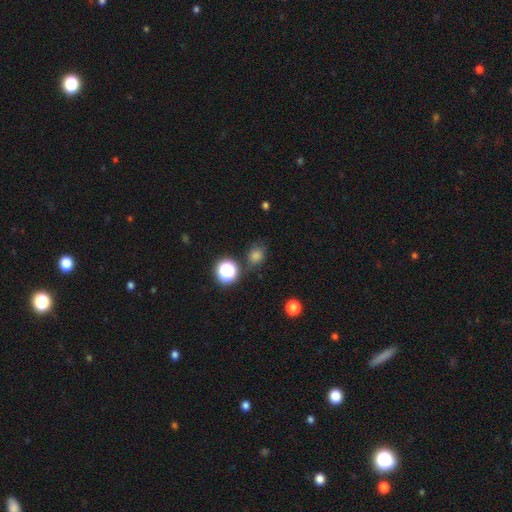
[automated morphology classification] type=smooth (64%); roundness=round (69%); merging=none (77%).